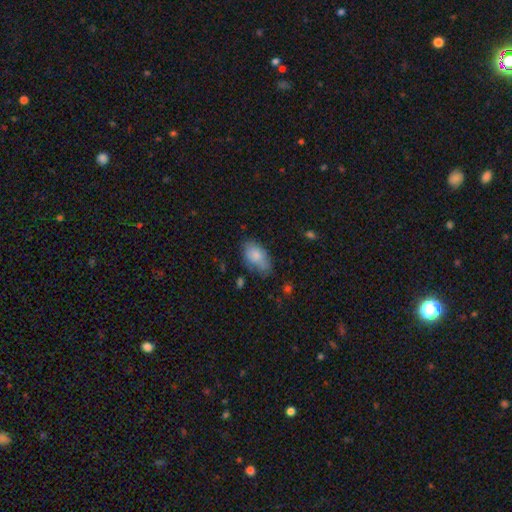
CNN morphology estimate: smooth_or_featured: smooth (p=0.80) [alt: featured or disk p=0.12]
how_rounded: in between (p=0.91) [alt: round p=0.07]
merging: none (p=0.58) [alt: minor disturbance p=0.30]